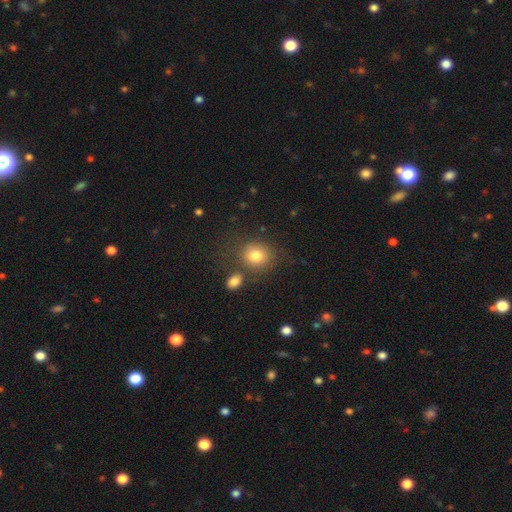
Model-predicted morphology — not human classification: Smooth or featured?
  - smooth: 80% *
  - star or artifact: 11%
  - featured or disk: 9%
How rounded?
  - round: 73% *
  - in between: 26%
  - cigar-shaped: 1%
Merging?
  - none: 69% *
  - merger: 13%
  - minor disturbance: 13%
  - major disturbance: 5%